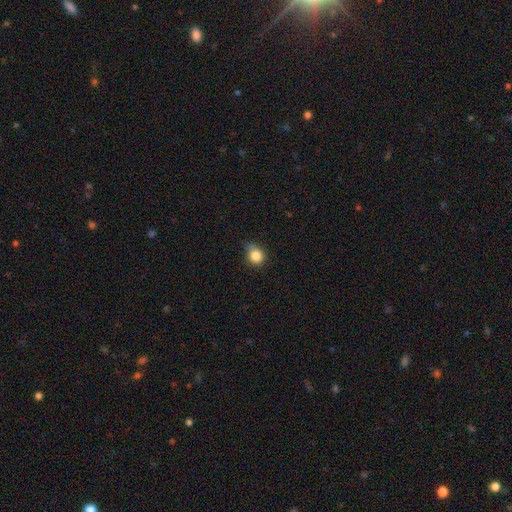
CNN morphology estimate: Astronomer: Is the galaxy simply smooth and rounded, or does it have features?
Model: smooth — 83%.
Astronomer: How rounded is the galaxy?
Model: round — 76%.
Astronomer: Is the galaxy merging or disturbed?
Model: none — 50% (runner-up: minor disturbance, 39%).